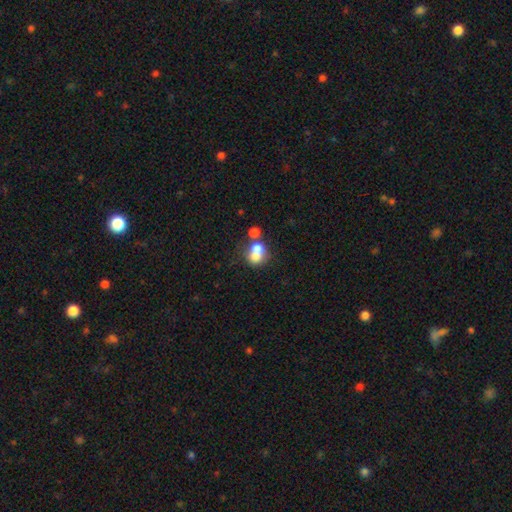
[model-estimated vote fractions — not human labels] This appears to be a smooth galaxy with no disk features (66%) that is round (63%). Merging: merger (60%).